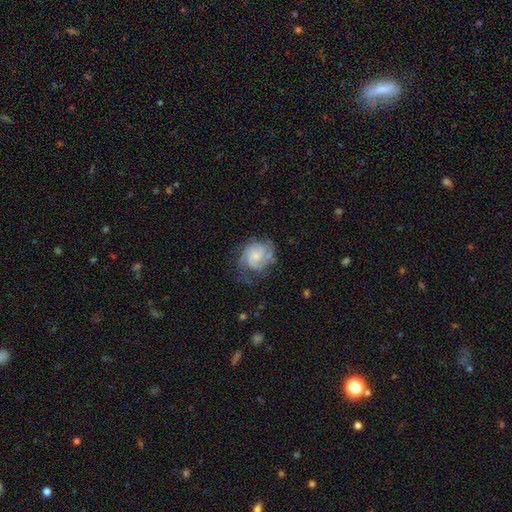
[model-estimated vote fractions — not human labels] featured or disk 66%, smooth 27%, star or artifact 7%. Down the decision tree: edge-on disk — no (98%); bar — no (71%); spiral arms — yes (86%); spiral arm count — can't tell (35%); spiral winding — tight (49%); bulge size — small (53%); merging — none (48%).